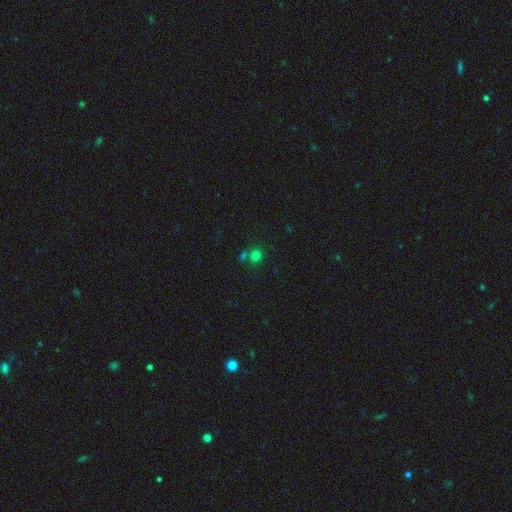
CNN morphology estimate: Smooth or featured? Predicted: smooth (p=0.71). How rounded? Predicted: round (p=0.82). Merging? Predicted: none (p=0.59).